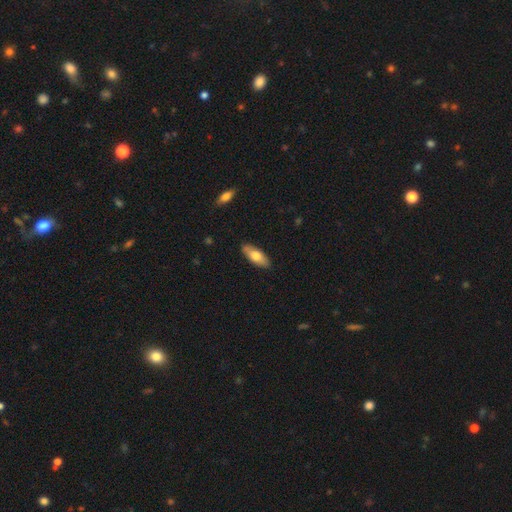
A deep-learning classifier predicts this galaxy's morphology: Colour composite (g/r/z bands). It shows a smooth galaxy with no disk features (68%) that is in between round and cigar-shaped (74%). Merging: none (87%).